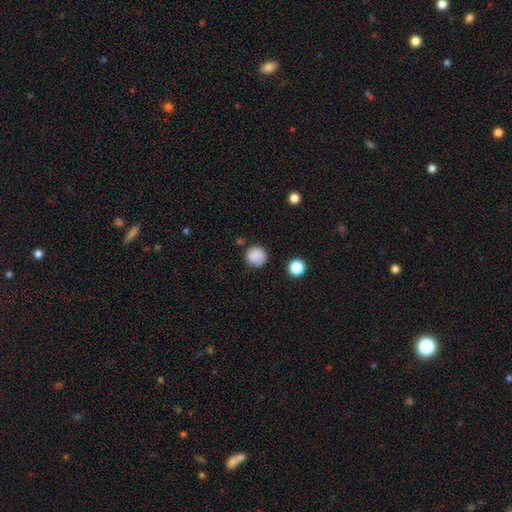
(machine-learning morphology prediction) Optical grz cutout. It shows a smooth galaxy with no disk features (86%) that is round (94%). Merging: none (83%).